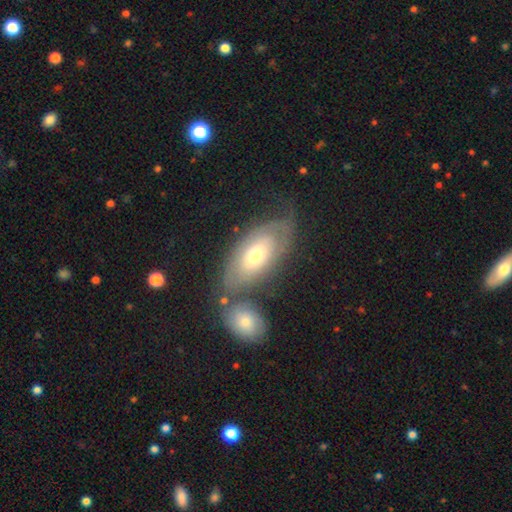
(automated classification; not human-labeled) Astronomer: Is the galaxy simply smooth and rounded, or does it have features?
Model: featured or disk — 58% (runner-up: smooth, 35%).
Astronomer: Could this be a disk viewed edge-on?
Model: no — 88%.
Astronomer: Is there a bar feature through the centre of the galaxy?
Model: no — 79%.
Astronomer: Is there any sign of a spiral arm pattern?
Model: yes — 61% (runner-up: no, 39%).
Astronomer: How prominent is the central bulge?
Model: moderate — 63%.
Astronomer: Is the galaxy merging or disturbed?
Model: none — 49%.